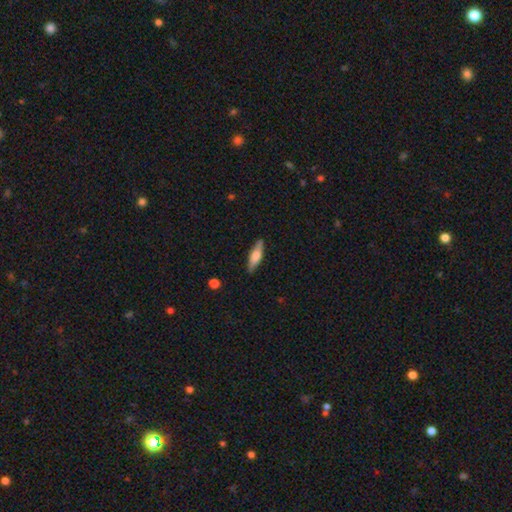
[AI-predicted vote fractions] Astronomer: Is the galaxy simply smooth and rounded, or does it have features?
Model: smooth — 54% (runner-up: featured or disk, 40%).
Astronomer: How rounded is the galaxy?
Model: cigar-shaped — 59% (runner-up: in between, 39%).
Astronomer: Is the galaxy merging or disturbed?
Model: none — 85%.